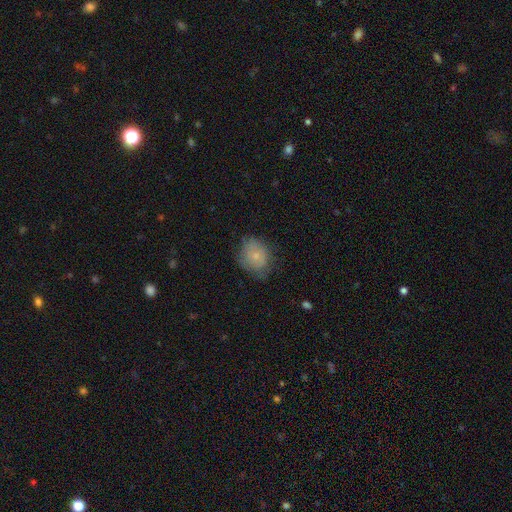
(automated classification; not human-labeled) This appears to be a smooth galaxy with no disk features (70%) that is round (62%). Merging: none (58%).